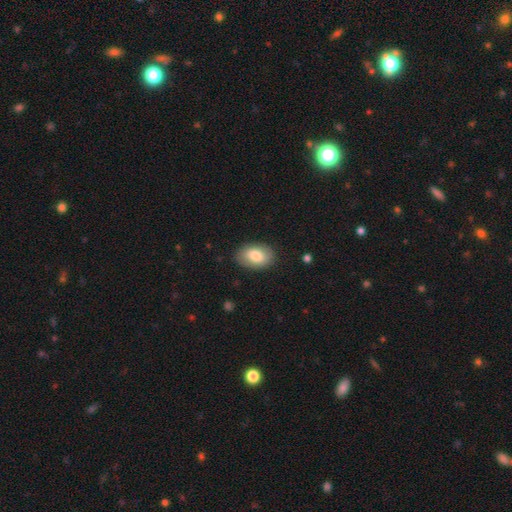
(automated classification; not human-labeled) Smooth or featured? Predicted: smooth (p=0.80). How rounded? Predicted: in between (p=0.88). Merging? Predicted: none (p=0.86).